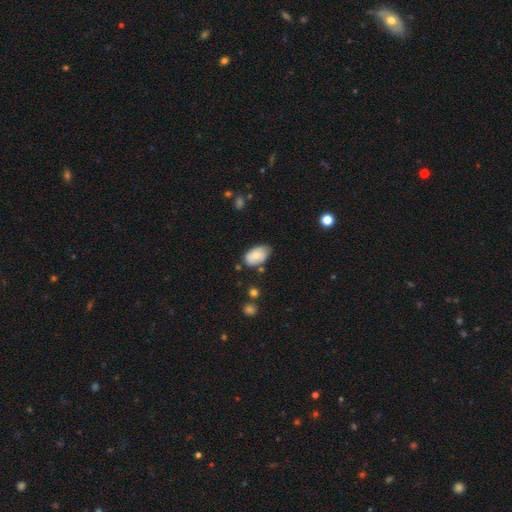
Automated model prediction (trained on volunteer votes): Smooth or featured? Predicted: smooth (p=0.73). How rounded? Predicted: in between (p=0.92). Merging? Predicted: none (p=0.59).